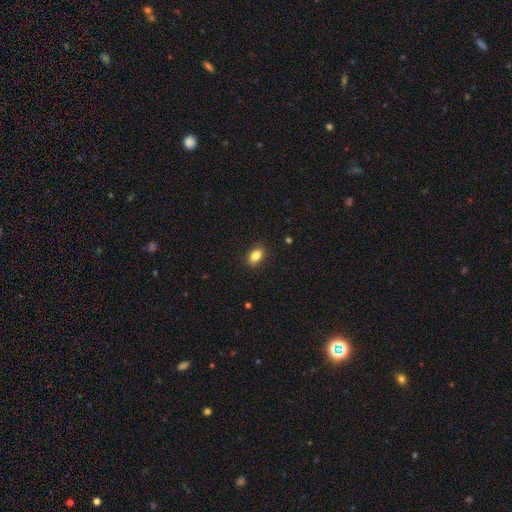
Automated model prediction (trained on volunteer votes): Smooth or featured? smooth (83%)
How rounded? in between (83%)
Merging? none (88%)